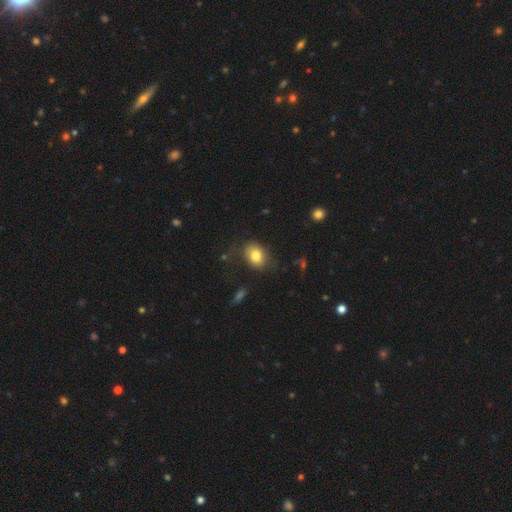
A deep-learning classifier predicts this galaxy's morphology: Smooth or featured: smooth — 80% (featured or disk — 11%)
How rounded: in between — 69% (round — 30%)
Merging: none — 71% (minor disturbance — 19%)